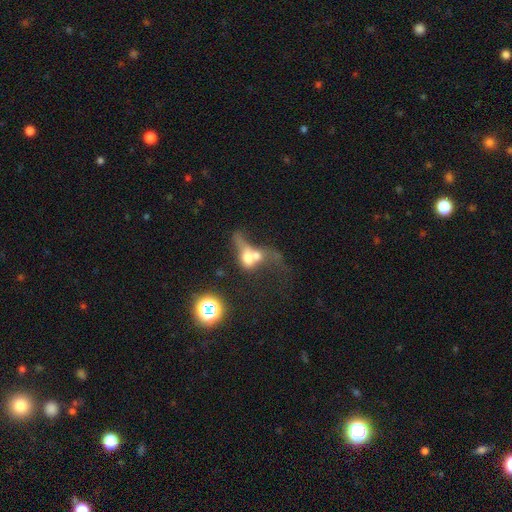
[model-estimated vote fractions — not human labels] smooth-or-featured: smooth: 49% | featured or disk: 38% | star or artifact: 13%
  merging: merger: 70% | major disturbance: 16% | none: 8% | minor disturbance: 5%